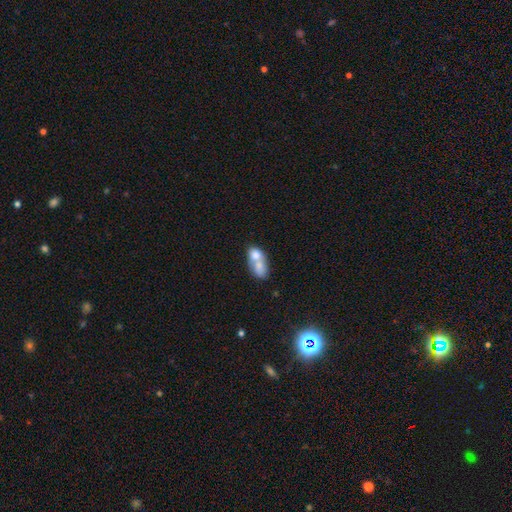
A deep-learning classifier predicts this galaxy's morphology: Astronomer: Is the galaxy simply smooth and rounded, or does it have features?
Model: smooth — 70%.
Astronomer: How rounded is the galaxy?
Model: in between — 75%.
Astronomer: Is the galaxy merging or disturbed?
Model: merger — 72%.